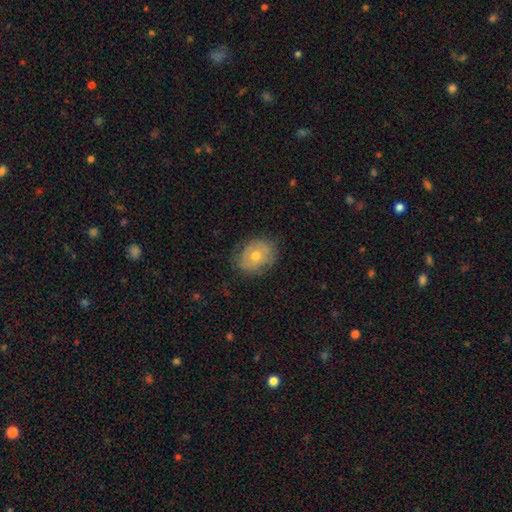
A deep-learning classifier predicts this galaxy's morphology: Smooth or featured? Predicted: smooth (p=0.53). How rounded? Predicted: in between (p=0.56). Merging? Predicted: none (p=0.77).